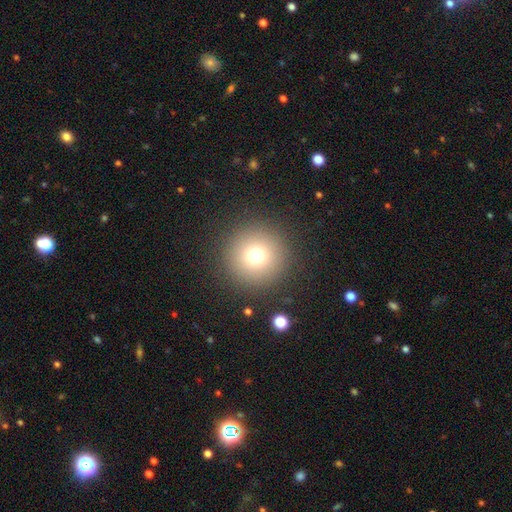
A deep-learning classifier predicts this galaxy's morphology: smooth 74%, star or artifact 16%, featured or disk 10%. Down the decision tree: how rounded — round (96%); merging — none (90%).